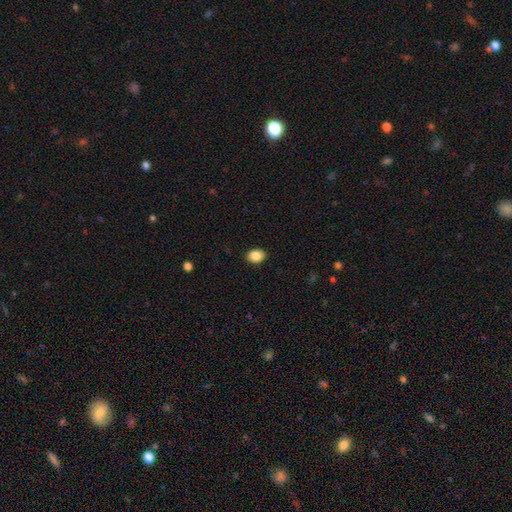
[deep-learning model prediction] Overall: smooth (88%). How rounded: in between (71%). Merging: none (90%).